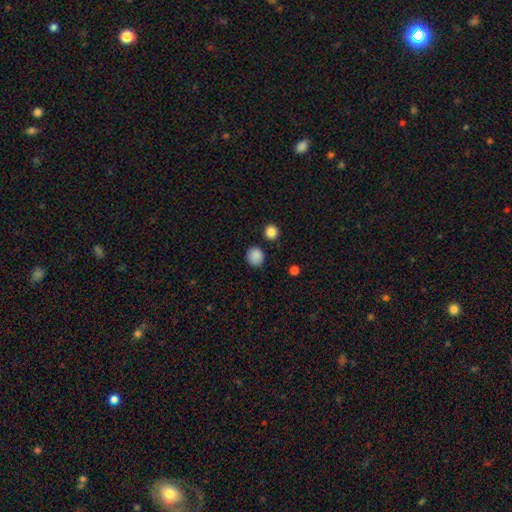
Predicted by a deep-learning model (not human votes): This appears to be a smooth galaxy with no disk features (86%) that is round (88%). Merging: none (85%).